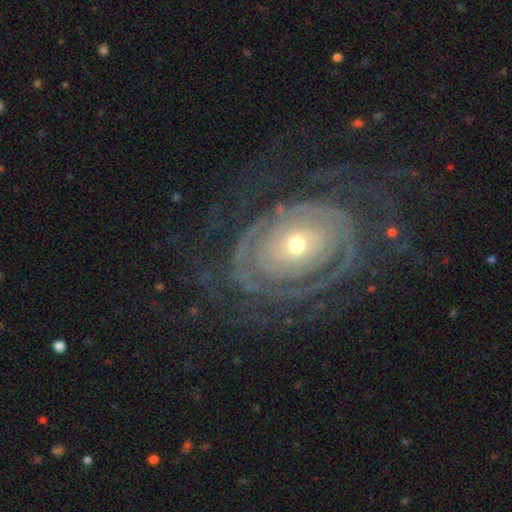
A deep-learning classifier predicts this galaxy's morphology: This appears to be a featured or disk galaxy (87%) with no bar (74%), tight (81%) spiral arms (91%) and a small central bulge (57%). Merging: none (73%).